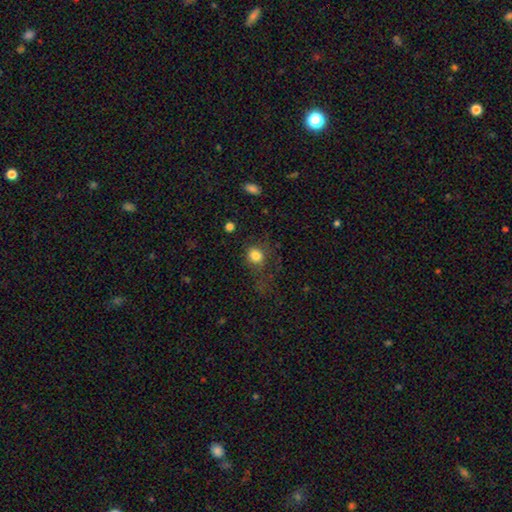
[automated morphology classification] type=smooth (82%); roundness=round (76%); merging=none (63%).